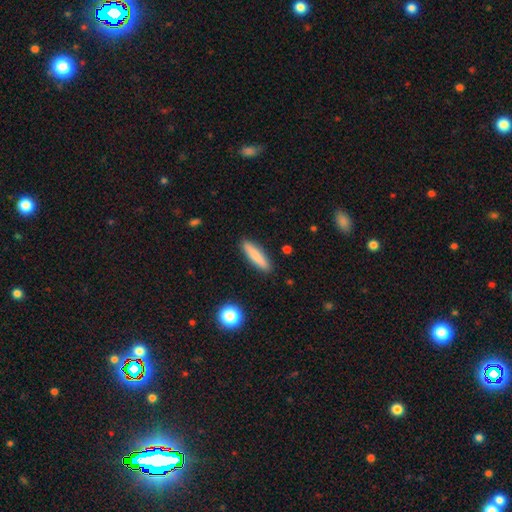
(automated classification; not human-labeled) This is clearly a smooth galaxy (82%). How rounded: likely cigar-shaped (78%). Merging: clearly none (90%).